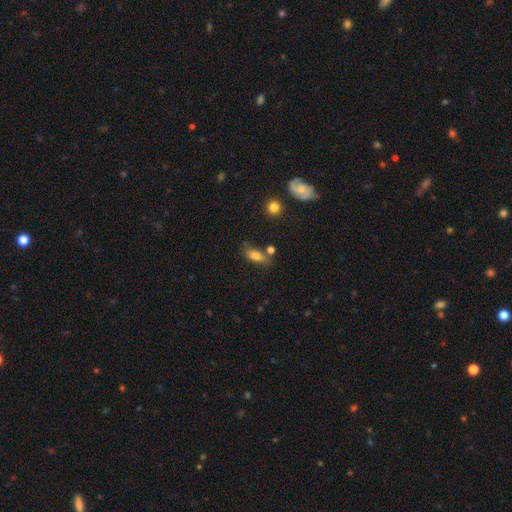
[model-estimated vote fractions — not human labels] Smooth or featured?
  - smooth: 80% *
  - featured or disk: 11%
  - star or artifact: 9%
How rounded?
  - in between: 82% *
  - cigar-shaped: 14%
  - round: 5%
Merging?
  - none: 68% *
  - minor disturbance: 17%
  - merger: 10%
  - major disturbance: 5%